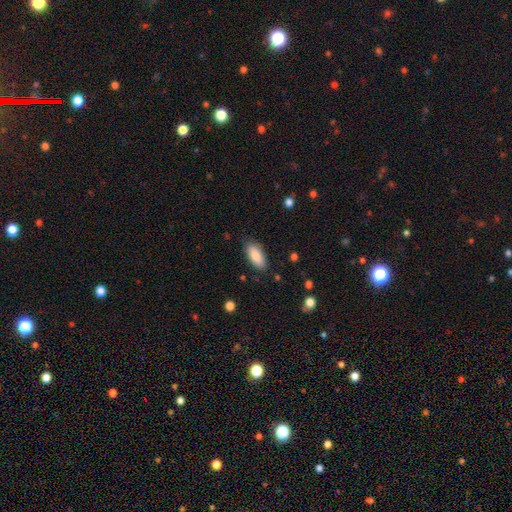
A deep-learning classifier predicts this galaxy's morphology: smooth 87%, featured or disk 7%, star or artifact 6%. Down the decision tree: how rounded — in between (87%); merging — none (85%).